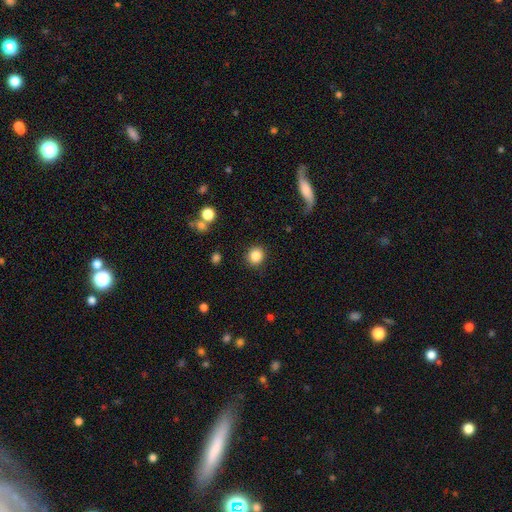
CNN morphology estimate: A smooth galaxy with no disk features (85%) that is round (85%). Merging: none (89%).